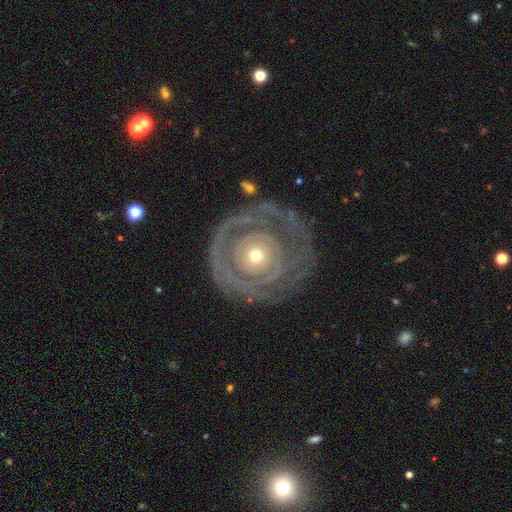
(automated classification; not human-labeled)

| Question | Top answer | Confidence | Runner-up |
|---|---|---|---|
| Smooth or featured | featured or disk | 80% | smooth (15%) |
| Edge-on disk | no | 97% | yes (3%) |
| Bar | no | 88% | weak (9%) |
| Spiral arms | yes | 71% | no (29%) |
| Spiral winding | tight | 76% | medium (15%) |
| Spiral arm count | can't tell | 37% | 2 (22%) |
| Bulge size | moderate | 48% | small (44%) |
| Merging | none | 62% | major disturbance (18%) |